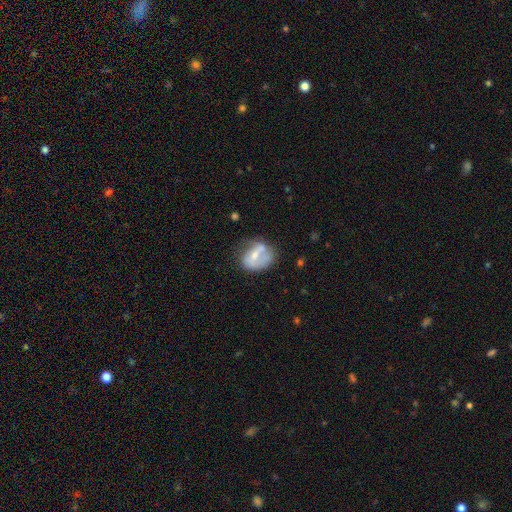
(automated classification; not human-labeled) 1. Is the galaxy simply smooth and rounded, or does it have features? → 46% smooth (tied), 46% featured or disk (tied), 8% star or artifact.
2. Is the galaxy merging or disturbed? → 38% none, 28% minor disturbance, 20% major disturbance, 15% merger.